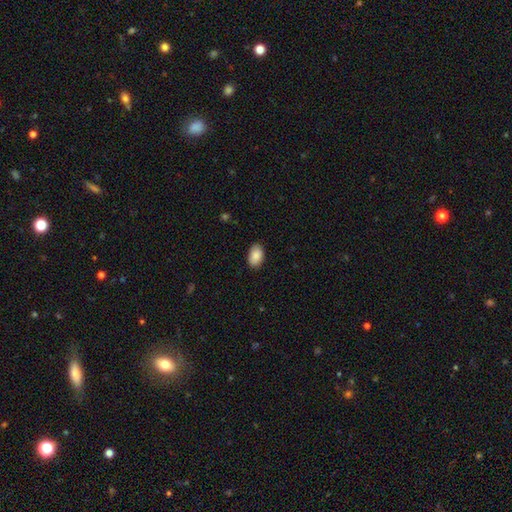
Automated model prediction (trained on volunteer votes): smooth-or-featured: smooth: 89% | star or artifact: 6% | featured or disk: 4%
  how-rounded: in between: 92% | round: 7% | cigar-shaped: 1%
  merging: none: 88% | minor disturbance: 9% | major disturbance: 2% | merger: 1%